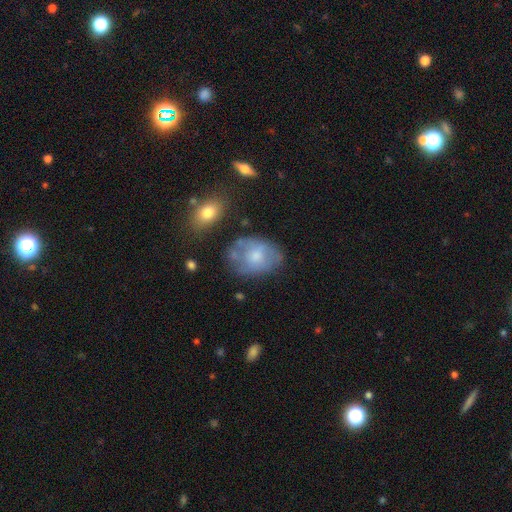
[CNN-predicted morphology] Smooth or featured: smooth — 54% (featured or disk — 39%)
How rounded: in between — 71% (round — 28%)
Merging: none — 53% (minor disturbance — 27%)